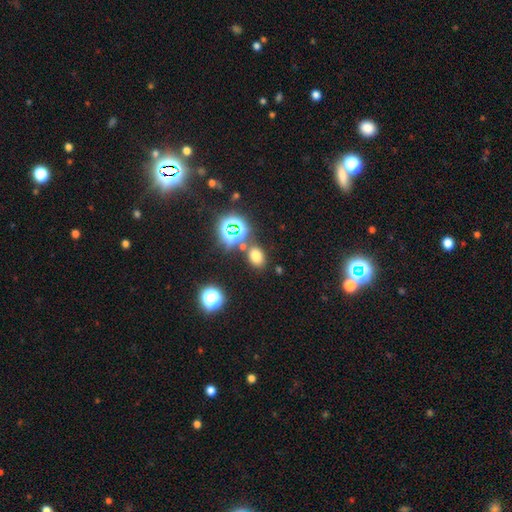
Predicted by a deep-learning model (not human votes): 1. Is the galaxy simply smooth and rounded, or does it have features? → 70% smooth, 24% star or artifact, 7% featured or disk.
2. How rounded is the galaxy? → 64% in between, 35% round, 1% cigar-shaped.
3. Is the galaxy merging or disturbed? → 77% none, 10% minor disturbance, 9% merger, 4% major disturbance.